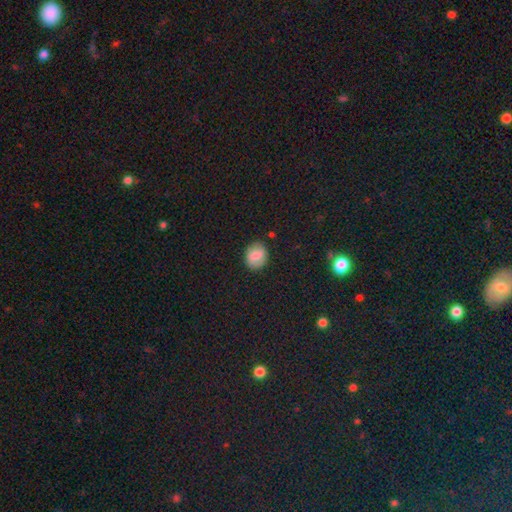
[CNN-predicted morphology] This is likely a smooth galaxy (77%). How rounded: possibly round (54%). Merging: clearly none (82%).